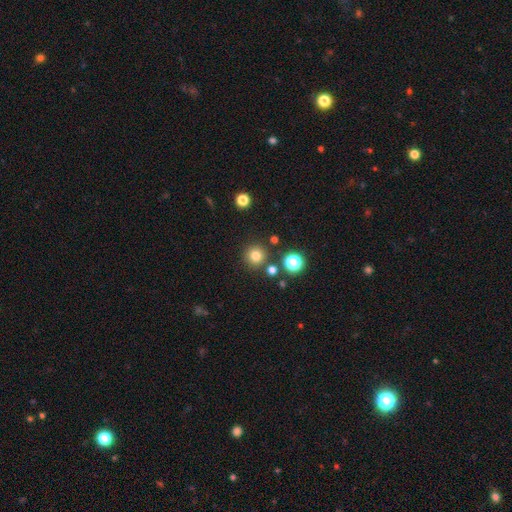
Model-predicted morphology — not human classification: Q: Smooth or featured?
A: smooth (78%); runner-up: star or artifact (16%)
Q: How rounded?
A: round (95%); runner-up: in between (4%)
Q: Merging?
A: none (85%); runner-up: minor disturbance (7%)